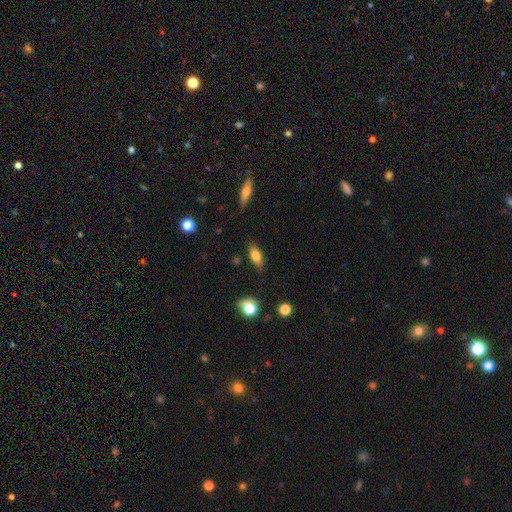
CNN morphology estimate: A smooth galaxy with no disk features (76%) that is in between round and cigar-shaped (77%). Merging: none (82%).